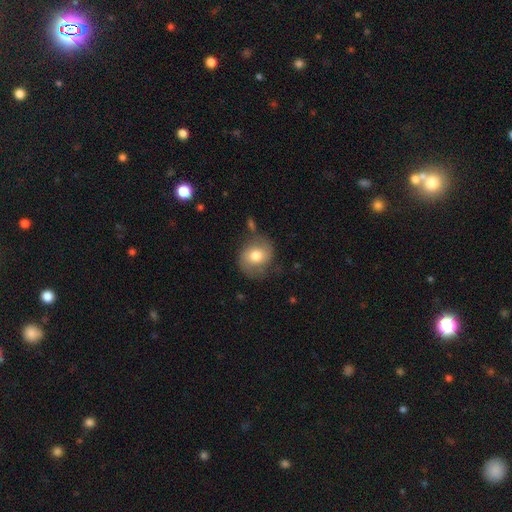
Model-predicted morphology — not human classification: This appears to be a smooth galaxy with no disk features (61%) that is round (74%). Merging: none (65%).